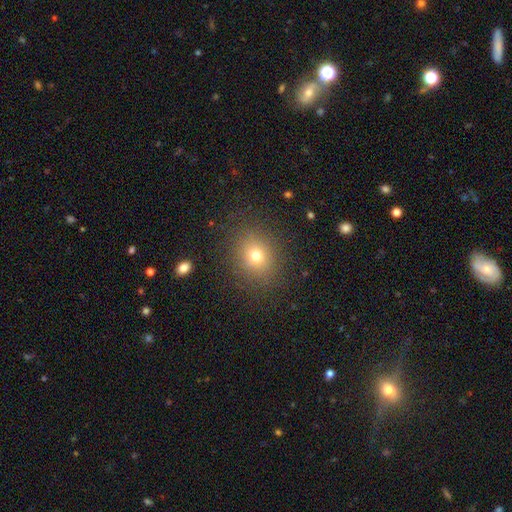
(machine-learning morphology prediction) This is likely a smooth galaxy (72%). How rounded: likely round (74%). Merging: clearly none (85%).